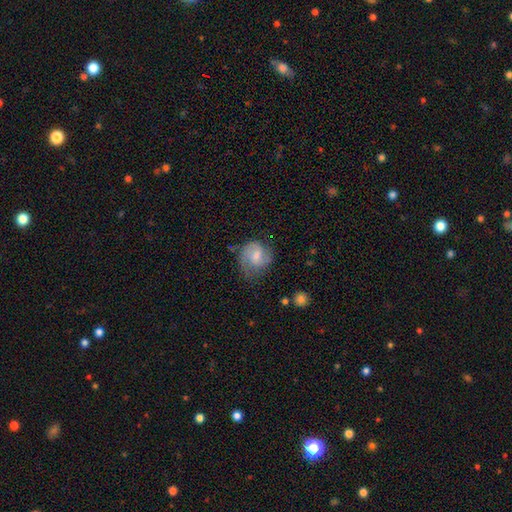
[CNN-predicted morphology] This is possibly a smooth galaxy (56%). How rounded: likely round (73%). Merging: possibly none (53%).